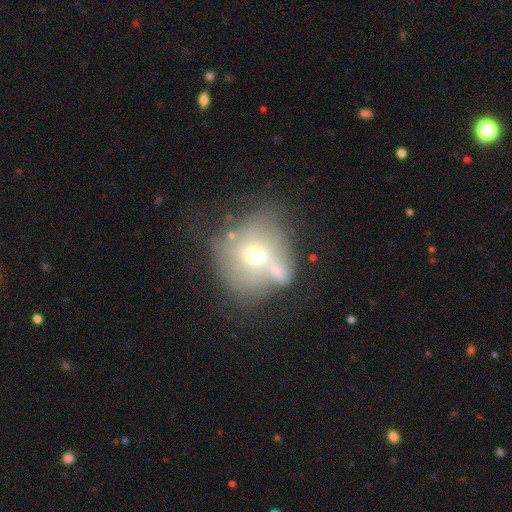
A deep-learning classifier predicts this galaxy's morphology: type=featured or disk (45%); merging=none (36%).